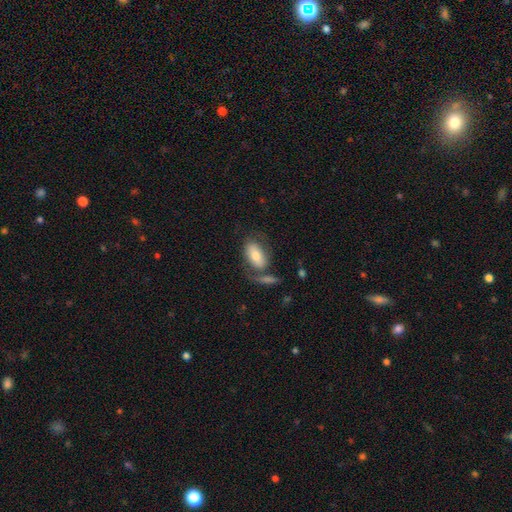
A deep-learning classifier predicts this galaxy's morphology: A smooth galaxy with no disk features (64%) that is in between round and cigar-shaped (91%). Merging: none (44%).